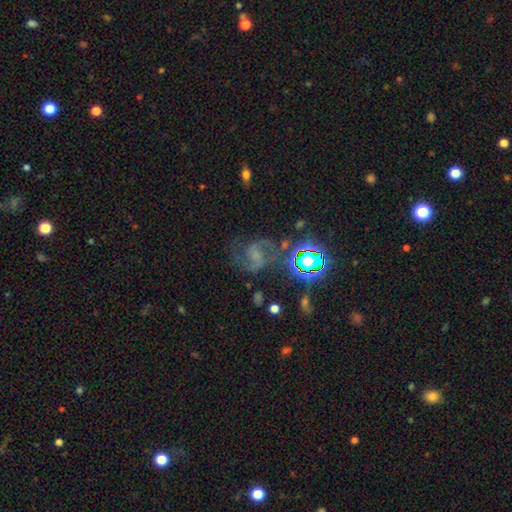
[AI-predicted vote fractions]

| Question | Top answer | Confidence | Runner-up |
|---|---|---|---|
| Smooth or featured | featured or disk | 68% | star or artifact (18%) |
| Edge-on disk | no | 98% | yes (2%) |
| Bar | no | 44% | weak (41%) |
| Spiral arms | yes | 94% | no (6%) |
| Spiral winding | medium | 51% | loose (38%) |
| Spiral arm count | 2 | 88% | can't tell (5%) |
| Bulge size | none | 39% | small (28%) |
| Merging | none | 59% | minor disturbance (19%) |